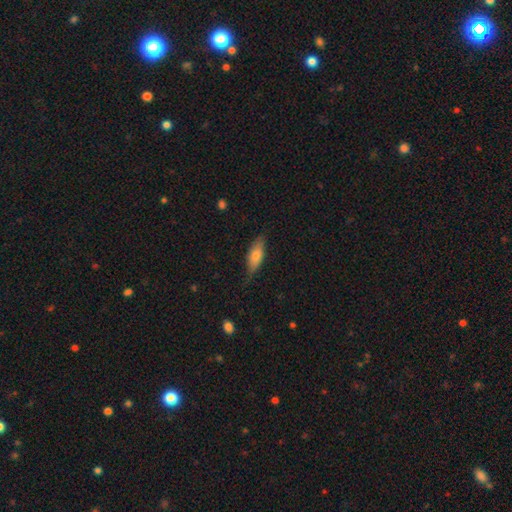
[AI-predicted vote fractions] This is likely a smooth galaxy (69%). How rounded: likely in between (68%). Merging: likely none (70%).